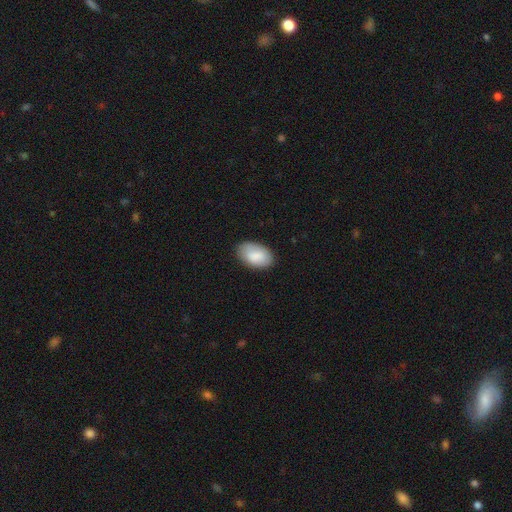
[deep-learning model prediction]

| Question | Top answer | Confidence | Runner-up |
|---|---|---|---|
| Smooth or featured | smooth | 84% | featured or disk (10%) |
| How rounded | in between | 94% | round (5%) |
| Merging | none | 80% | minor disturbance (16%) |